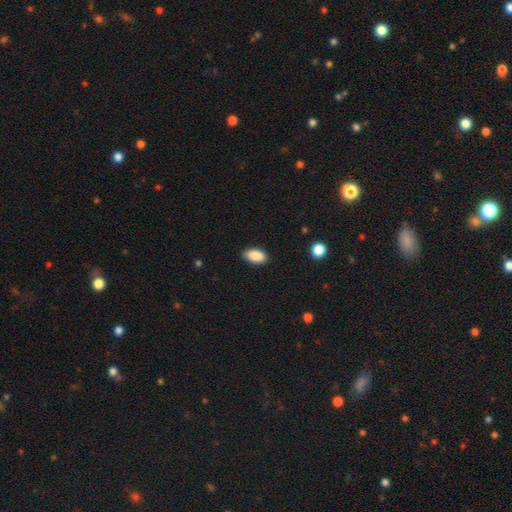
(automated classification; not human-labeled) smooth_or_featured: smooth (p=0.89) [alt: star or artifact p=0.07]
how_rounded: in between (p=0.94) [alt: round p=0.03]
merging: none (p=0.85) [alt: minor disturbance p=0.12]